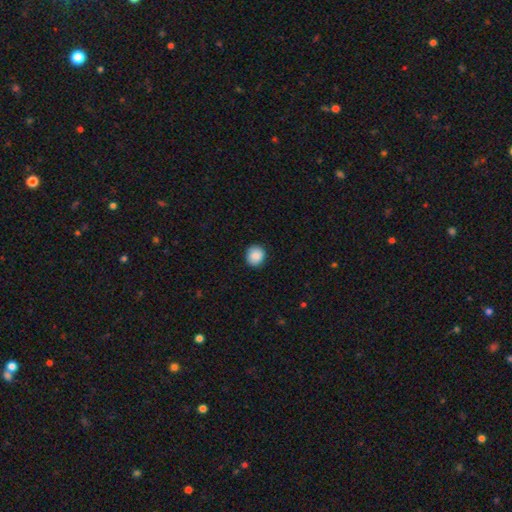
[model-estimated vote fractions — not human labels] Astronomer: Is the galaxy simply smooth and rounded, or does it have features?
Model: smooth — 87%.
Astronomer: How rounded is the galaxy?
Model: round — 85%.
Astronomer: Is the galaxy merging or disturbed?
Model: none — 90%.